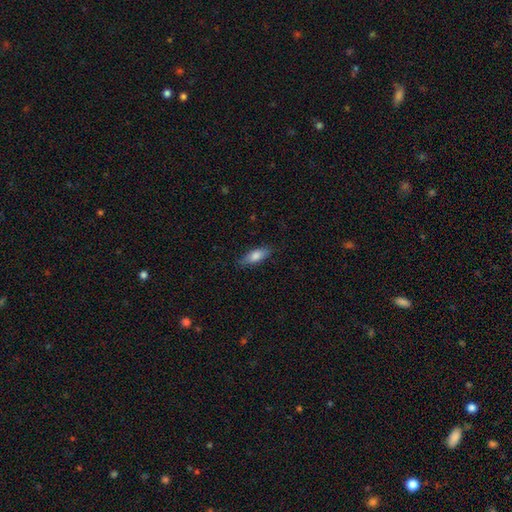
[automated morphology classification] type=smooth (77%); roundness=in between (63%); merging=none (83%).